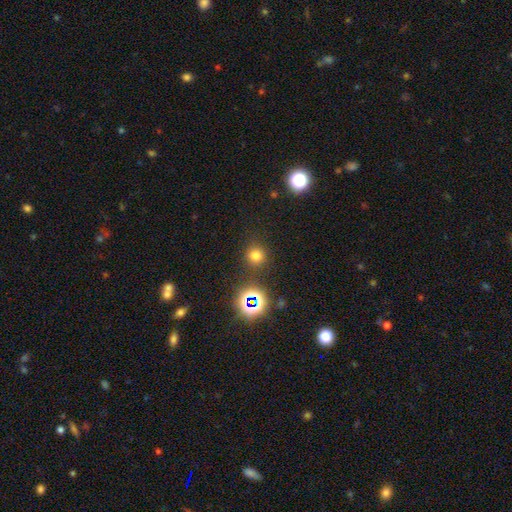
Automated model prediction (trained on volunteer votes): Smooth or featured: smooth — 69% (star or artifact — 24%)
How rounded: round — 91% (in between — 8%)
Merging: none — 86% (minor disturbance — 8%)